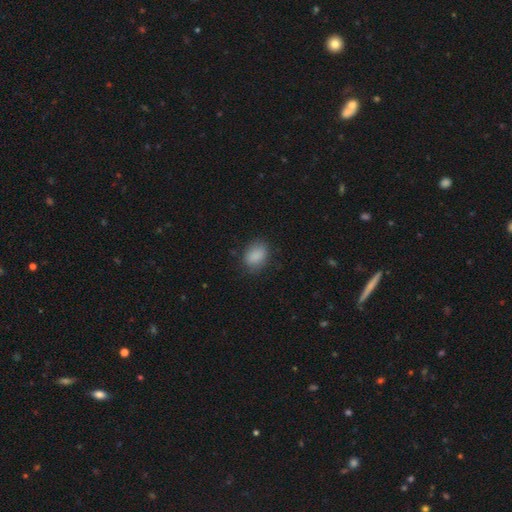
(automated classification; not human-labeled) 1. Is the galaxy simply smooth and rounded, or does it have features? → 87% smooth, 8% star or artifact, 5% featured or disk.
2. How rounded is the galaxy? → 71% in between, 27% round, 1% cigar-shaped.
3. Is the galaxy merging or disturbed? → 79% none, 16% minor disturbance, 4% major disturbance, 1% merger.